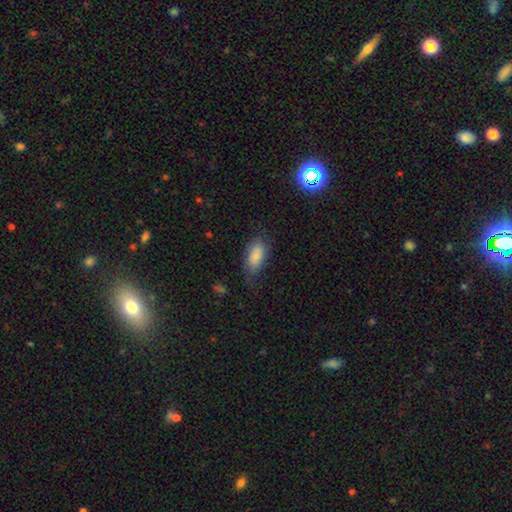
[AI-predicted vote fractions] smooth_or_featured: smooth (p=0.76) [alt: featured or disk p=0.16]
how_rounded: in between (p=0.91) [alt: cigar-shaped p=0.05]
merging: none (p=0.56) [alt: minor disturbance p=0.28]